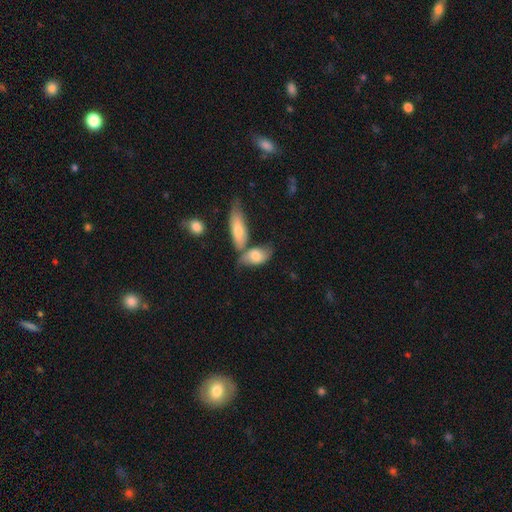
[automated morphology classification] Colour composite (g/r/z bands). It shows a smooth galaxy with no disk features (67%) that is in between round and cigar-shaped (86%). Merging: none (38%).